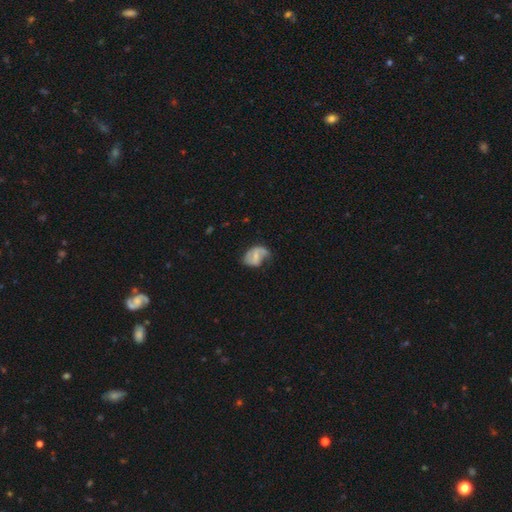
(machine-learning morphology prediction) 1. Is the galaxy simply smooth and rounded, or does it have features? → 62% featured or disk, 31% smooth, 7% star or artifact.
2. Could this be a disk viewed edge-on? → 97% no, 3% yes.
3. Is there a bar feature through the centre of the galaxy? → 46% weak, 29% no, 24% strong.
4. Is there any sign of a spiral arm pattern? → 80% yes, 20% no.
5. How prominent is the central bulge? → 52% small, 30% moderate, 16% none, 2% large, 1% dominant.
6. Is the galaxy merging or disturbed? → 46% none, 32% minor disturbance, 20% major disturbance, 3% merger.